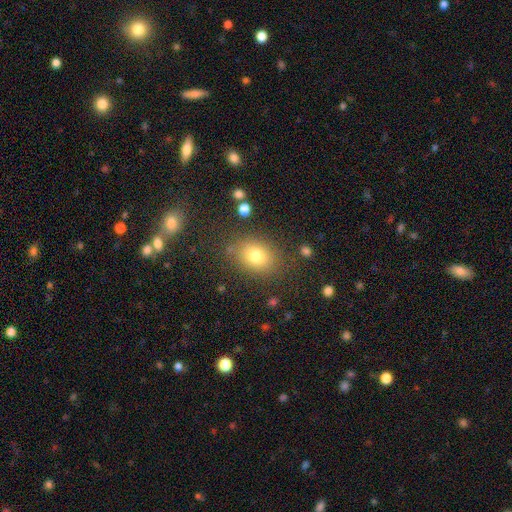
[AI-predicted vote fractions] Smooth or featured? Predicted: smooth (p=0.77). How rounded? Predicted: in between (p=0.55). Merging? Predicted: none (p=0.81).